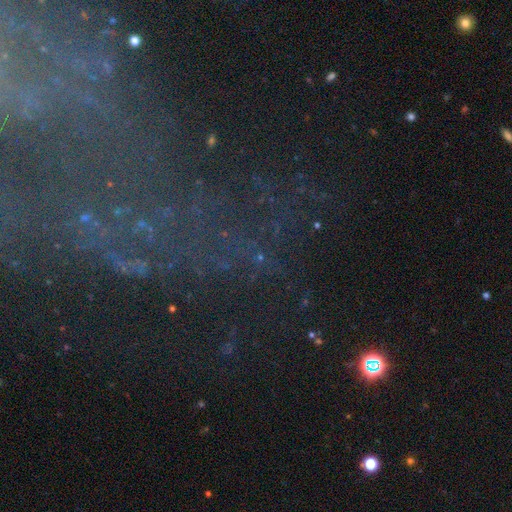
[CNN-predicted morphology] Smooth or featured?
  - star or artifact: 57% *
  - featured or disk: 25%
  - smooth: 18%